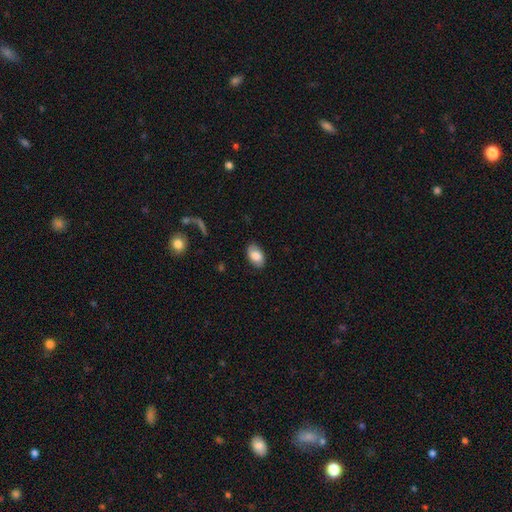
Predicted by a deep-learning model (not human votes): This is clearly a smooth galaxy (81%). How rounded: clearly in between (92%). Merging: clearly none (85%).